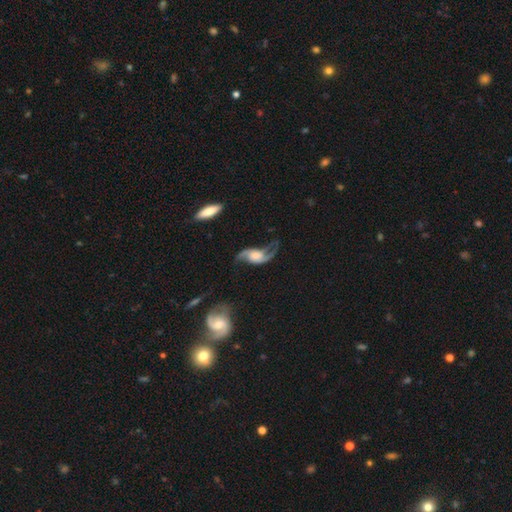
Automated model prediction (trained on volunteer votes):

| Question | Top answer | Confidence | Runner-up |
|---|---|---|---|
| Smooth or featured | featured or disk | 87% | smooth (8%) |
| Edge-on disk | no | 95% | yes (5%) |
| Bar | no | 58% | weak (32%) |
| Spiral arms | yes | 96% | no (4%) |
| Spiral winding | loose | 71% | medium (24%) |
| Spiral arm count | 2 | 93% | 1 (2%) |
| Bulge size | large | 33% | moderate (25%) |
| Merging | none | 64% | minor disturbance (18%) |